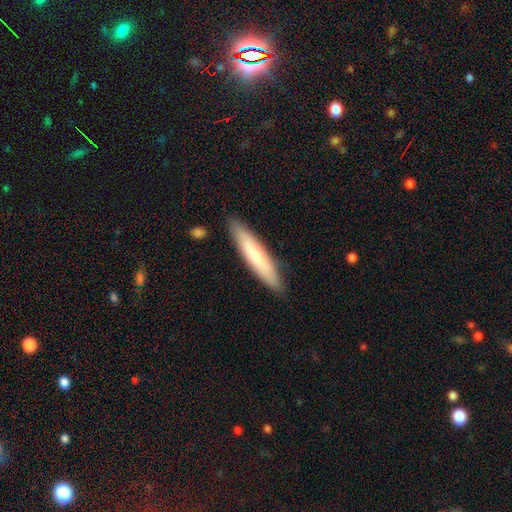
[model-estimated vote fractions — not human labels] Smooth or featured? Predicted: smooth (p=0.64). How rounded? Predicted: cigar-shaped (p=0.85). Merging? Predicted: none (p=0.88).